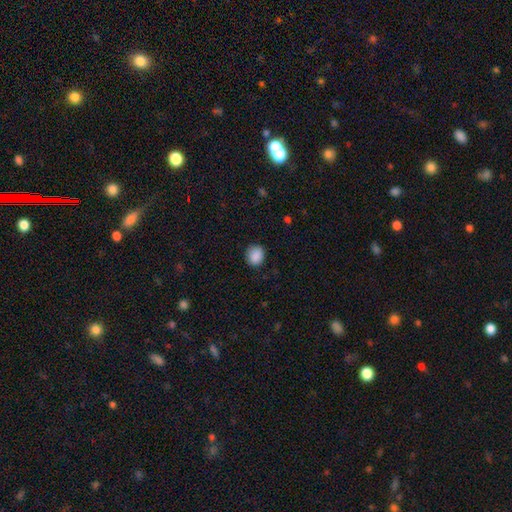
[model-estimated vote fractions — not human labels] Q: Smooth or featured?
A: smooth (89%); runner-up: star or artifact (8%)
Q: How rounded?
A: round (70%); runner-up: in between (30%)
Q: Merging?
A: none (84%); runner-up: minor disturbance (12%)